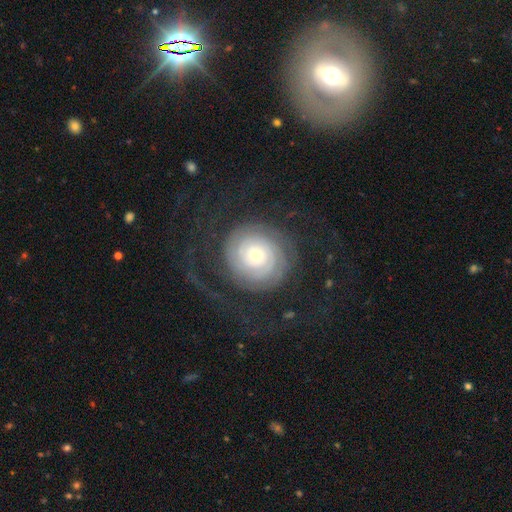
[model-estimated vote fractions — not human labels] Overall: featured or disk (82%). Edge-on disk: no (98%). Bar: no (81%). Spiral arms: yes (94%). Spiral arm count: 2 (41%; can't tell 27%). Spiral winding: tight (78%). Bulge size: small (50%; moderate 41%). Merging: none (66%).